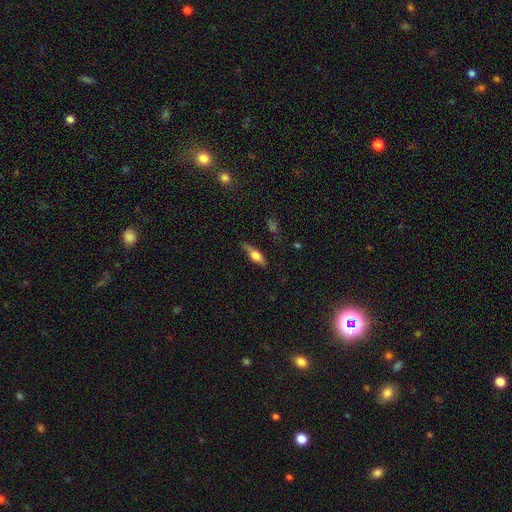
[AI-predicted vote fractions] This is possibly a smooth galaxy (48%). Merging: likely none (74%).